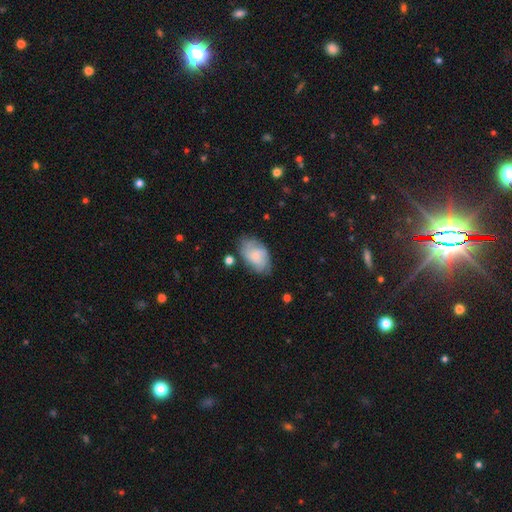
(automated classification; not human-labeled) A smooth galaxy with no disk features (48%). Merging: none (62%).